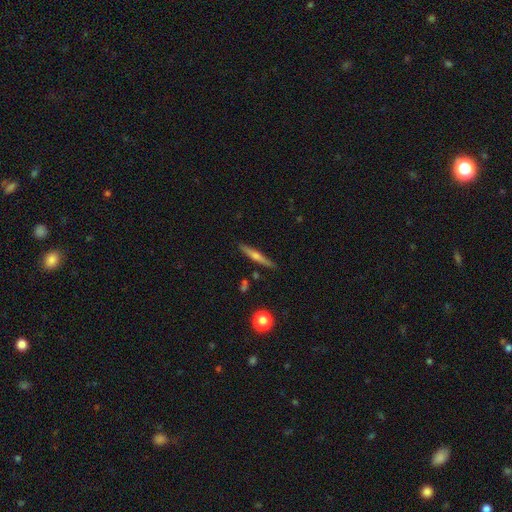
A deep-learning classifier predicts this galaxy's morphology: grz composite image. It shows a featured or disk galaxy (65%) viewed edge-on (97%) with a rounded central bulge (85%). Merging: none (89%).